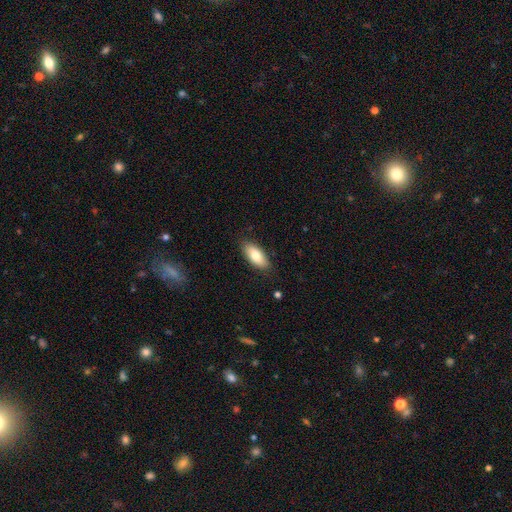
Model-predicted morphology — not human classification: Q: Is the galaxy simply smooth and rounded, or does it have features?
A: smooth — 79%.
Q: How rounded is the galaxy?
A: in between — 87%.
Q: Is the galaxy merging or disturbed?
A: none — 86%.